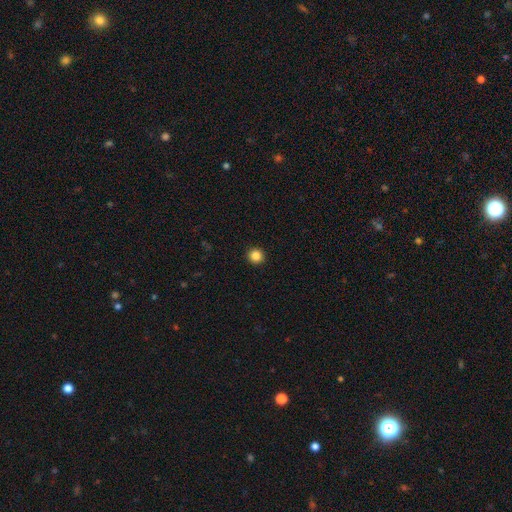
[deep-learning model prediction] The model was most divided on "smooth or featured": smooth: 85%, star or artifact: 11%, featured or disk: 4%. More confident: how rounded — round (95%); merging — none (94%).